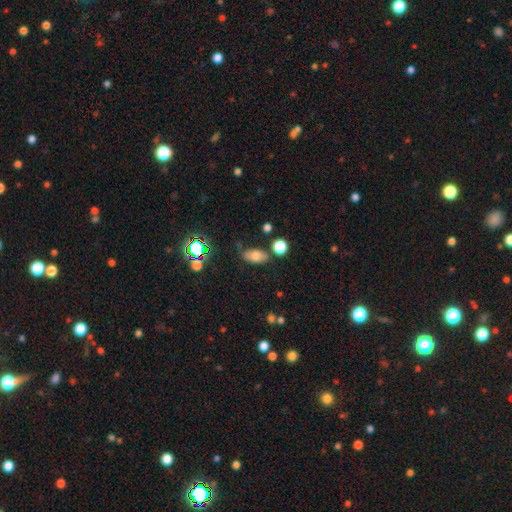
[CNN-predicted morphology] This appears to be a smooth galaxy with no disk features (74%) that is in between round and cigar-shaped (88%). Merging: none (73%).